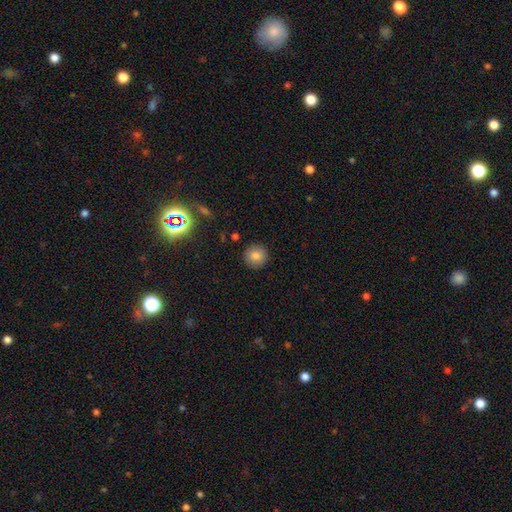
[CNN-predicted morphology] smooth-or-featured: smooth: 81% | star or artifact: 11% | featured or disk: 8%
  how-rounded: round: 95% | in between: 4% | cigar-shaped: 1%
  merging: none: 91% | minor disturbance: 6% | major disturbance: 2% | merger: 1%